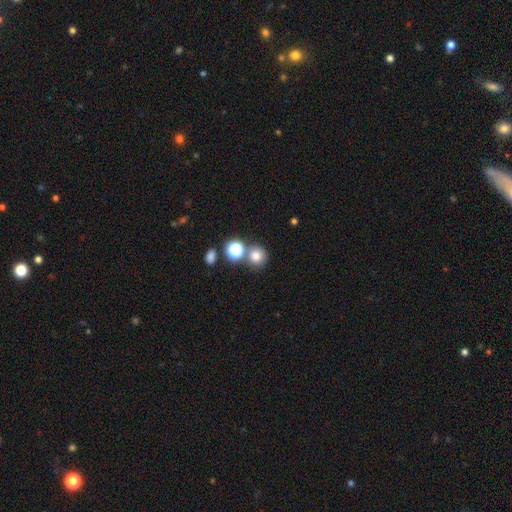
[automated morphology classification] This is likely a smooth galaxy (76%). How rounded: clearly round (87%). Merging: likely none (68%).